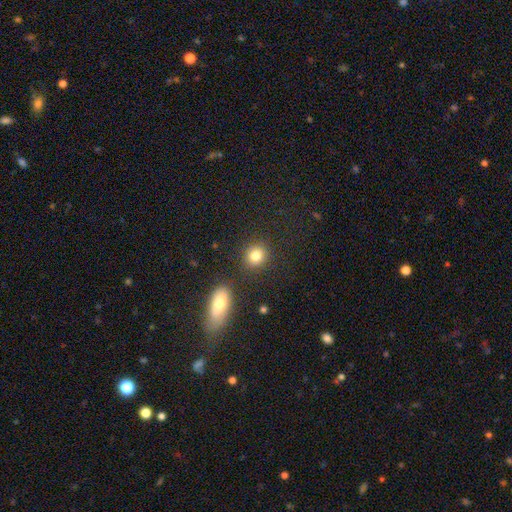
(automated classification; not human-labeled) A smooth galaxy with no disk features (82%) that is round (76%).

Vote fractions:
- Smooth or featured? smooth: 82% / star or artifact: 11% / featured or disk: 7%
- How rounded? round: 76% / in between: 23% / cigar-shaped: 1%
- Merging? none: 84% / minor disturbance: 8% / merger: 5% / major disturbance: 3%